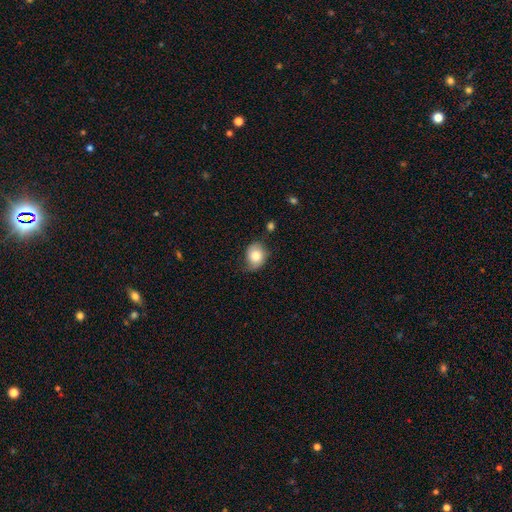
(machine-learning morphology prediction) A smooth galaxy with no disk features (77%) that is round (52%). Merging: none (55%).